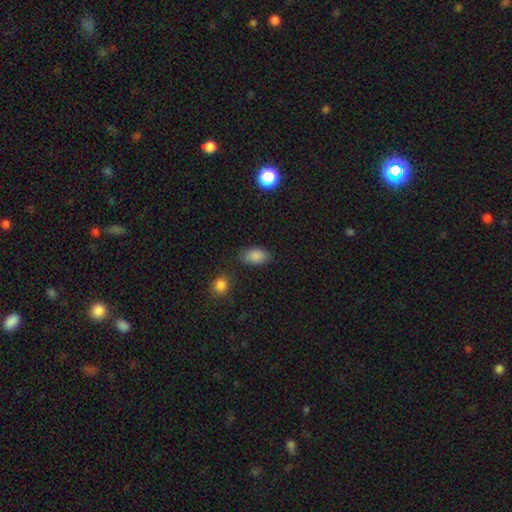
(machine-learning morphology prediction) Smooth or featured?
  - smooth: 86% *
  - star or artifact: 9%
  - featured or disk: 4%
How rounded?
  - in between: 91% *
  - round: 7%
  - cigar-shaped: 2%
Merging?
  - none: 79% *
  - minor disturbance: 14%
  - major disturbance: 4%
  - merger: 3%